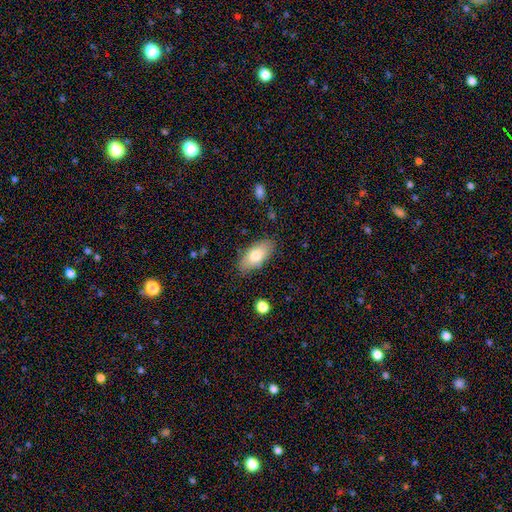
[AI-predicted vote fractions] smooth-or-featured: smooth: 76% | featured or disk: 18% | star or artifact: 6%
  how-rounded: in between: 88% | cigar-shaped: 9% | round: 3%
  merging: none: 83% | minor disturbance: 12% | major disturbance: 3% | merger: 2%